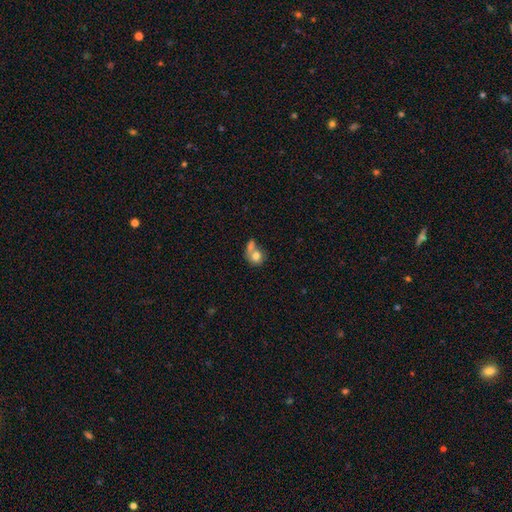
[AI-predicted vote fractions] Morphology: type=smooth (75%); roundness=round (65%); merging=merger (52%).